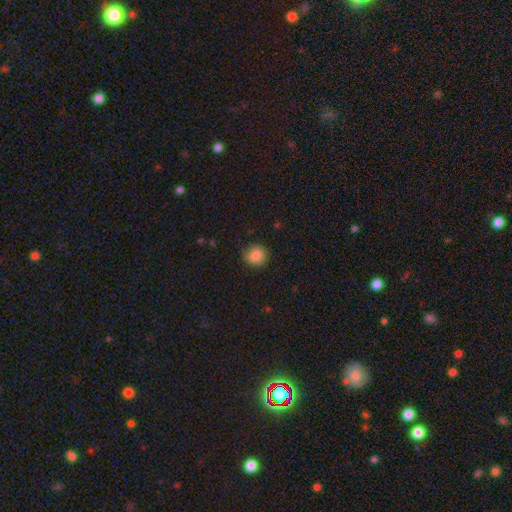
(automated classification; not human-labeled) Smooth or featured: smooth — 87% (star or artifact — 9%)
How rounded: round — 83% (in between — 16%)
Merging: none — 82% (minor disturbance — 14%)